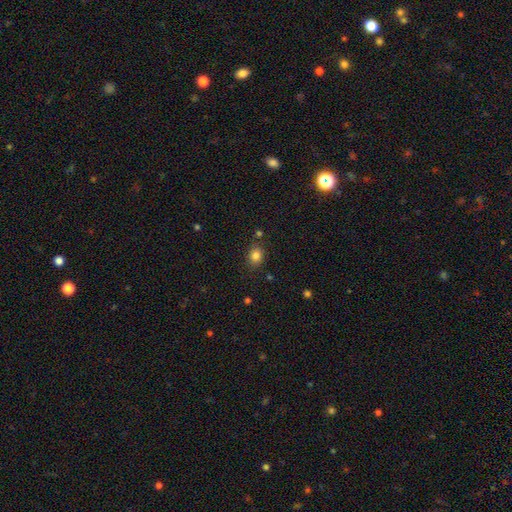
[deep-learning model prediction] Smooth or featured: smooth — 83% (star or artifact — 12%)
How rounded: round — 55% (in between — 44%)
Merging: none — 80% (minor disturbance — 12%)